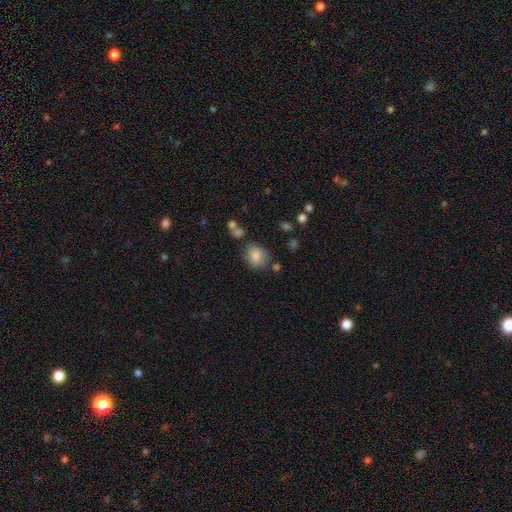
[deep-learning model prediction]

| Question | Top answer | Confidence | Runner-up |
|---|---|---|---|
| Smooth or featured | smooth | 82% | star or artifact (9%) |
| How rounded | round | 64% | in between (35%) |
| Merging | none | 69% | minor disturbance (17%) |